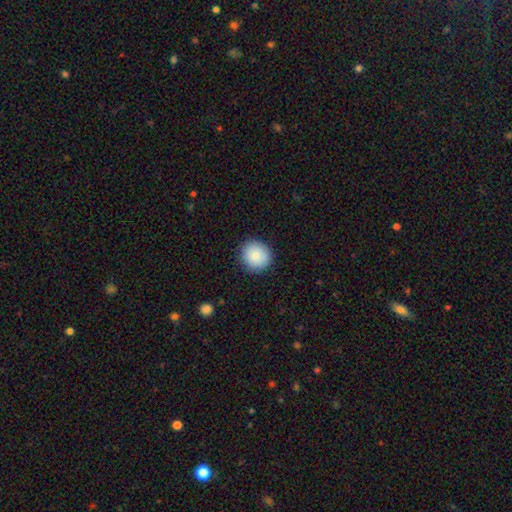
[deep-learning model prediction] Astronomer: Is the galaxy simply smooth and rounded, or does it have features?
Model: smooth — 86%.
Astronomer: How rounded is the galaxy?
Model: round — 90%.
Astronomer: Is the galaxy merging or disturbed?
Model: none — 89%.